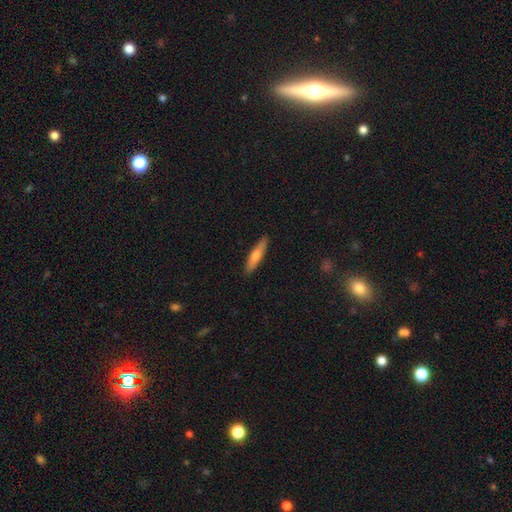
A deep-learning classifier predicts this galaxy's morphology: Smooth or featured? Predicted: smooth (p=0.65). How rounded? Predicted: cigar-shaped (p=0.80). Merging? Predicted: none (p=0.90).